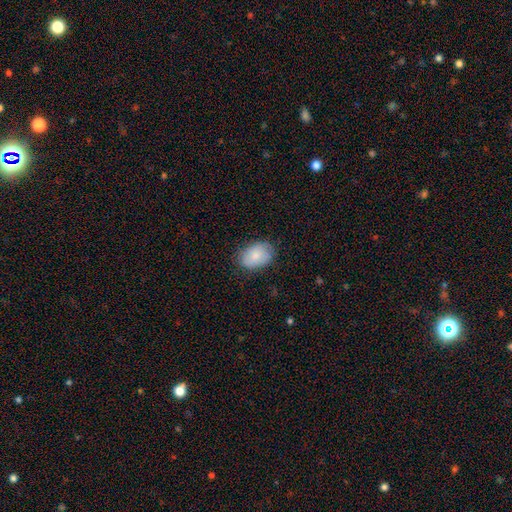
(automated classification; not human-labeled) smooth_or_featured: smooth (p=0.81) [alt: featured or disk p=0.12]
how_rounded: in between (p=0.84) [alt: round p=0.15]
merging: none (p=0.77) [alt: minor disturbance p=0.18]